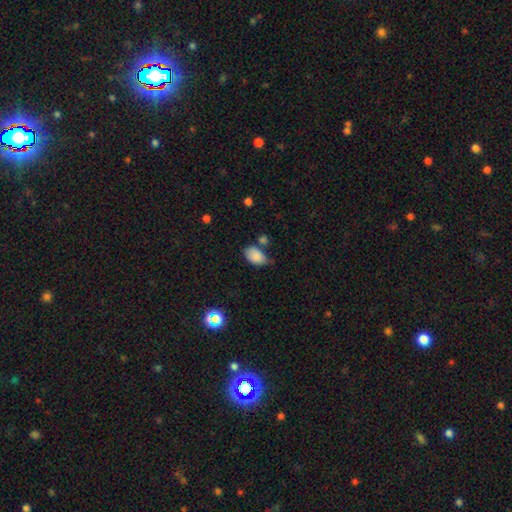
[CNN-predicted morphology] Smooth or featured? smooth (85%)
How rounded? in between (88%)
Merging? none (45%)